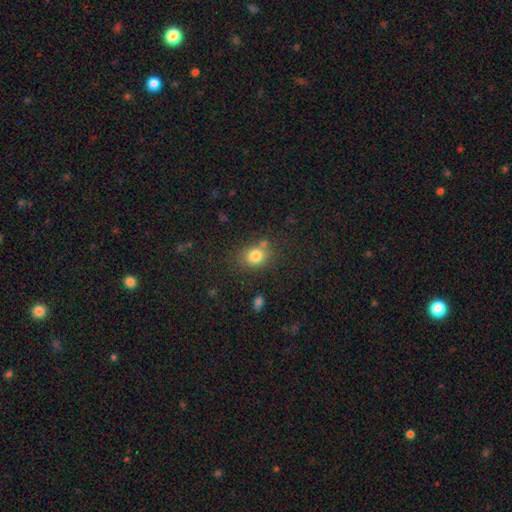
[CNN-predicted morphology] A smooth galaxy with no disk features (80%) that is round (63%). Merging: none (68%).